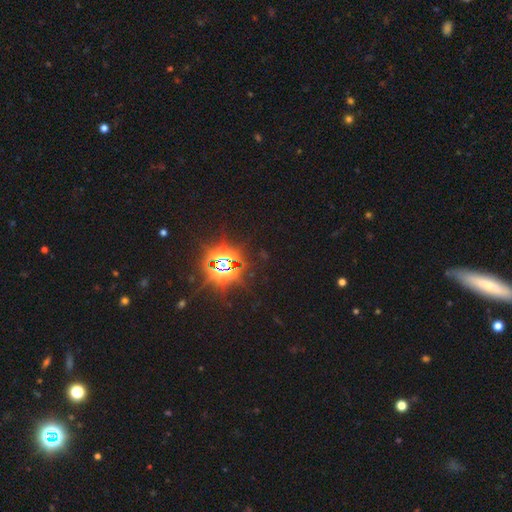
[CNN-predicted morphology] Smooth or featured: star or artifact — 84% (smooth — 10%)